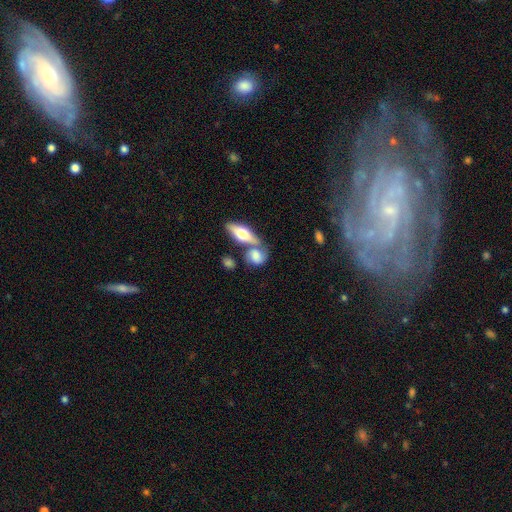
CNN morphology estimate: Q: Smooth or featured?
A: smooth (61%); runner-up: featured or disk (32%)
Q: How rounded?
A: in between (57%); runner-up: round (30%)
Q: Merging?
A: none (41%); runner-up: merger (38%)